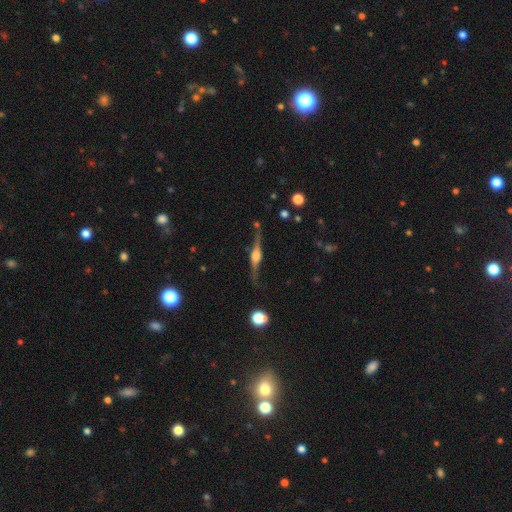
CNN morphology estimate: type=featured or disk (84%); edge-on=yes (94%); edge-on bulge=rounded (88%); merging=none (75%).